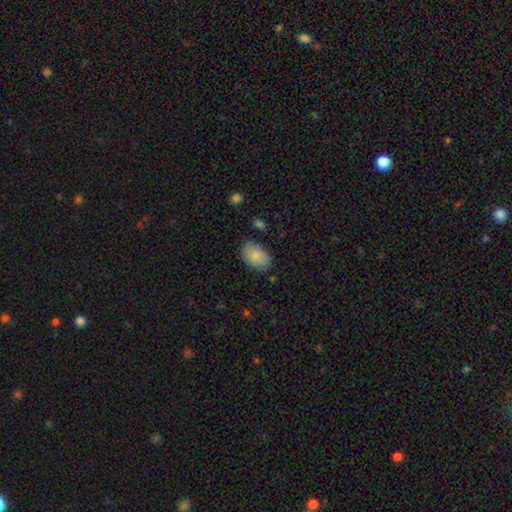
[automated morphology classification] A smooth galaxy with no disk features (87%) that is in between round and cigar-shaped (88%).

Vote fractions:
- Smooth or featured? smooth: 87% / featured or disk: 7% / star or artifact: 6%
- How rounded? in between: 88% / round: 11% / cigar-shaped: 1%
- Merging? none: 80% / minor disturbance: 14% / major disturbance: 3% / merger: 2%